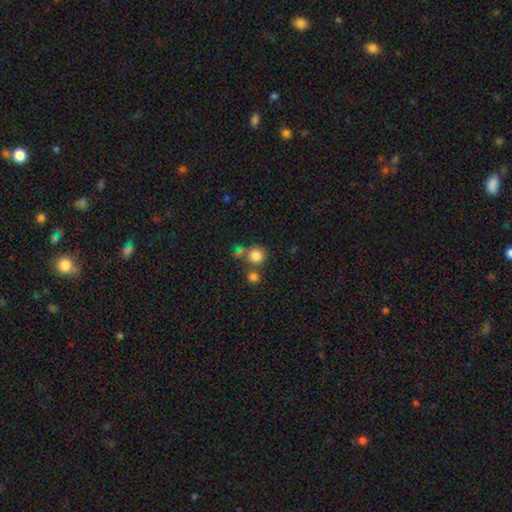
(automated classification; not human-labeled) This is clearly a smooth galaxy (81%). How rounded: clearly round (90%). Merging: likely none (63%).